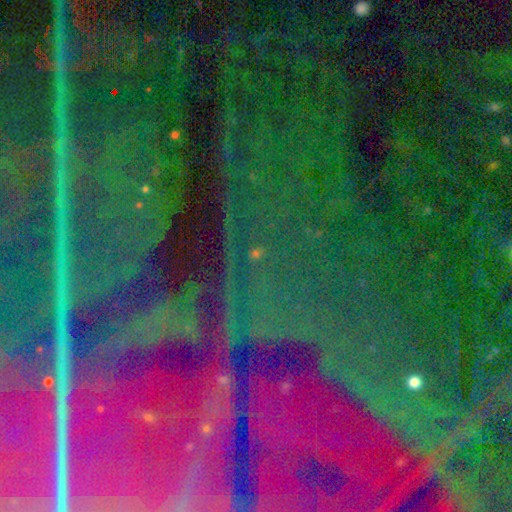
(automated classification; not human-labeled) star or artifact 86%, featured or disk 8%, smooth 6%.